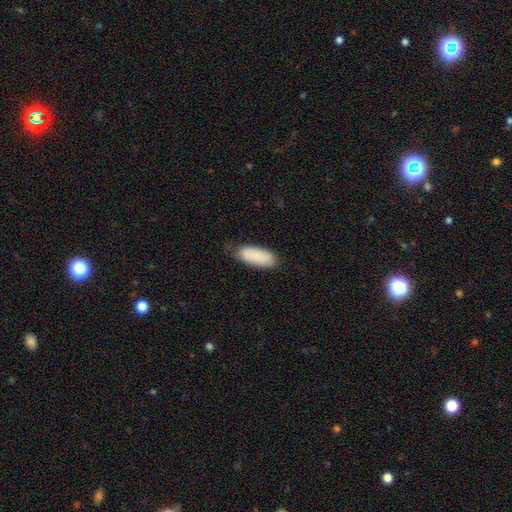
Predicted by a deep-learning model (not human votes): Overall: smooth (88%). How rounded: in between (80%). Merging: none (67%).